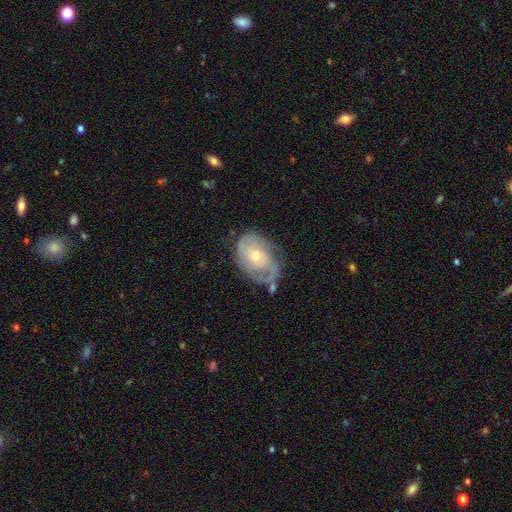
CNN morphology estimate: Overall: featured or disk (76%). Edge-on disk: no (96%). Bar: no (74%). Spiral arms: yes (87%). Spiral arm count: 2 (38%; can't tell 29%). Spiral winding: tight (54%; medium 32%). Bulge size: moderate (51%; small 45%). Merging: none (48%; minor disturbance 29%).